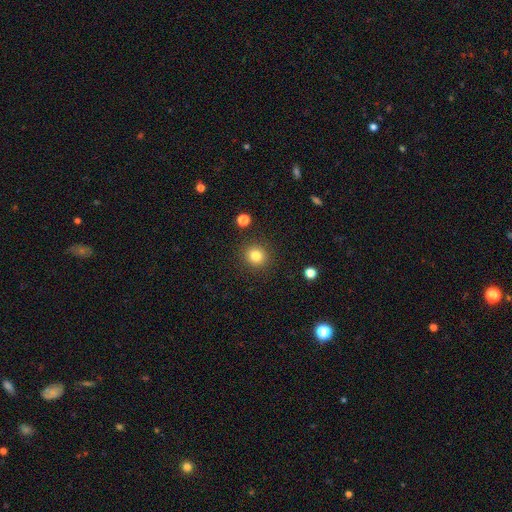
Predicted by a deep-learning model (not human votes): Smooth or featured?
  - smooth: 82% *
  - star or artifact: 12%
  - featured or disk: 6%
How rounded?
  - round: 90% *
  - in between: 9%
  - cigar-shaped: 1%
Merging?
  - none: 89% *
  - minor disturbance: 6%
  - major disturbance: 3%
  - merger: 2%